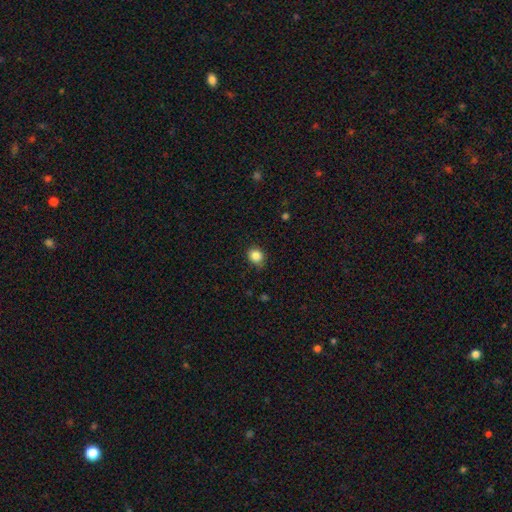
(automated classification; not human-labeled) The model was most divided on "how rounded": round: 67%, in between: 32%, cigar-shaped: 1%. More confident: smooth or featured — smooth (86%); merging — none (79%).